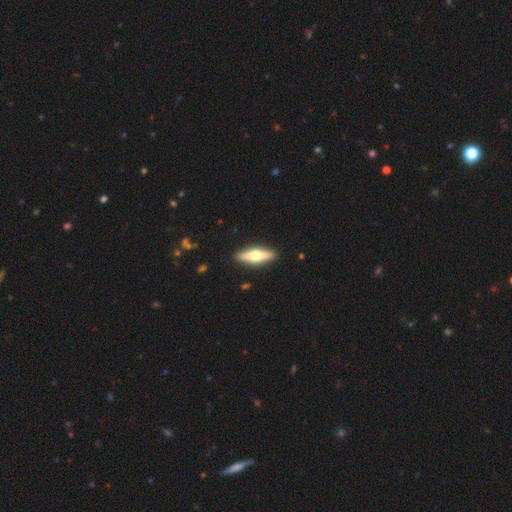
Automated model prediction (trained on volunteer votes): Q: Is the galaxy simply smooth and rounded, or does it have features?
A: featured or disk — 55%.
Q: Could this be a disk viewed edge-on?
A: yes — 94%.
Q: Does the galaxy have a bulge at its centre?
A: rounded — 95%.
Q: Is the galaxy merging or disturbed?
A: none — 91%.